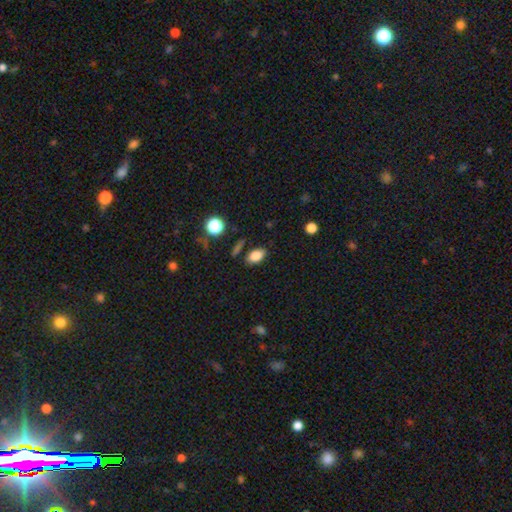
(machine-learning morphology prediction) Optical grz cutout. It shows a smooth galaxy with no disk features (83%) that is in between round and cigar-shaped (88%). Merging: none (83%).